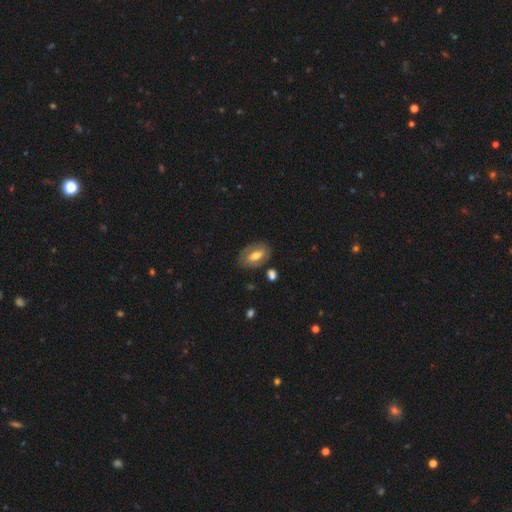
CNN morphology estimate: Smooth or featured? featured or disk (47%)
Merging? none (75%)